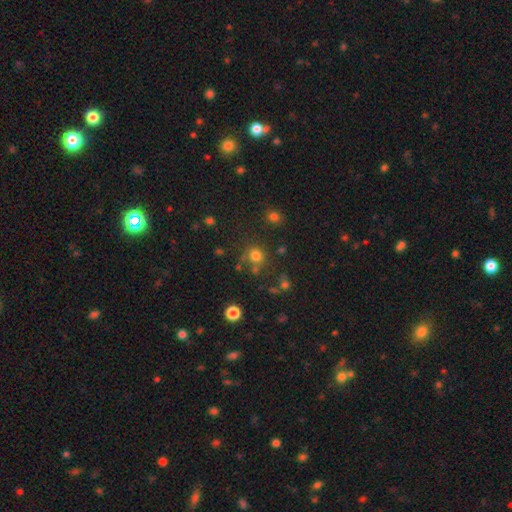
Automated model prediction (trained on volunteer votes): Smooth or featured? Predicted: smooth (p=0.76). How rounded? Predicted: round (p=0.88). Merging? Predicted: none (p=0.72).